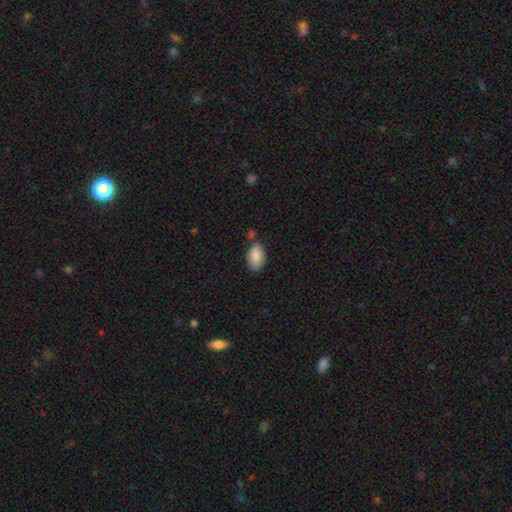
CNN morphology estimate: type=smooth (86%); roundness=in between (92%); merging=none (69%).